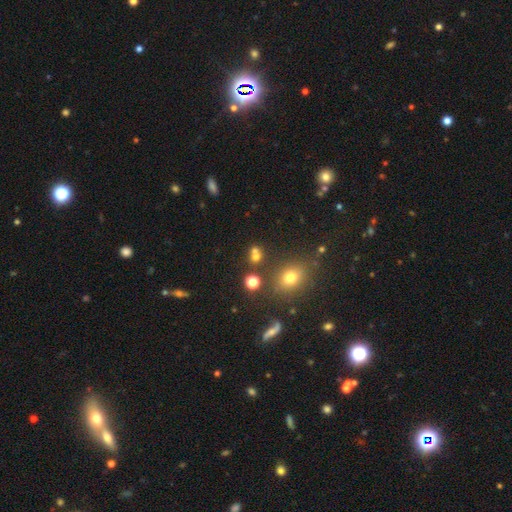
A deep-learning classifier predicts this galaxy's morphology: A smooth galaxy with no disk features (67%) that is round (74%). Merging: none (53%).